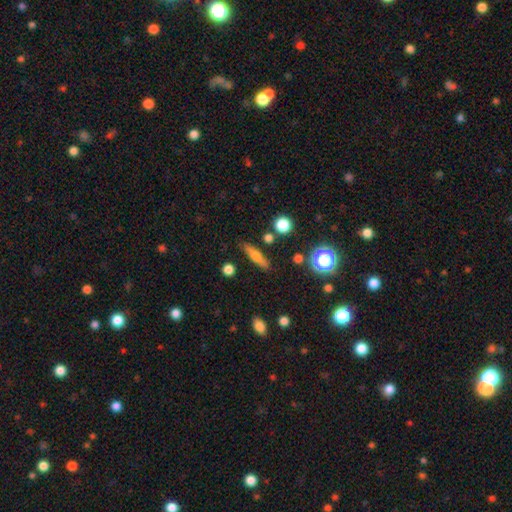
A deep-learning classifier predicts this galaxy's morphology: type=smooth (60%); roundness=cigar-shaped (72%); merging=none (82%).